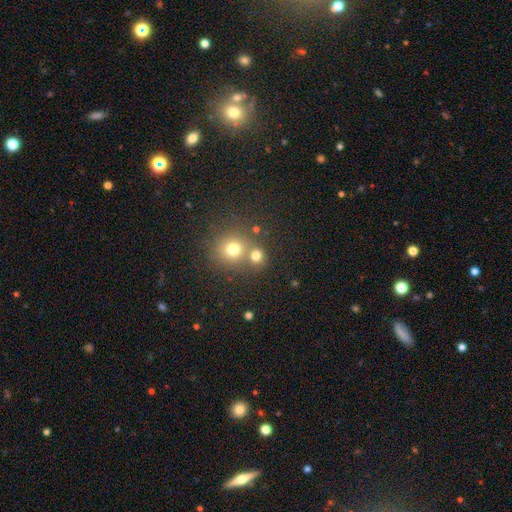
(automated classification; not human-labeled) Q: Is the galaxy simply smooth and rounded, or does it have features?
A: smooth — 74%.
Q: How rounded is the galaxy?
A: round — 85%.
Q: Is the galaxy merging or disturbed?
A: none — 58%.